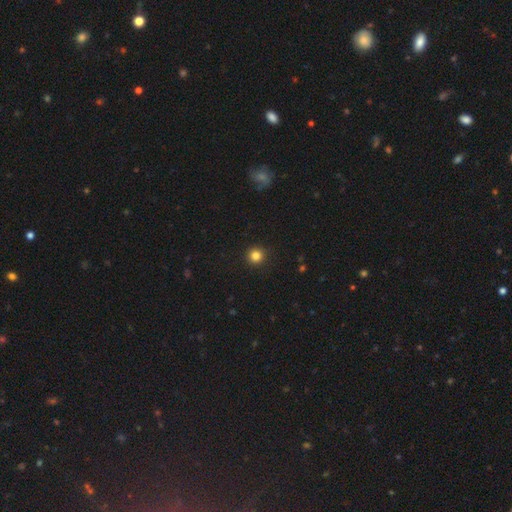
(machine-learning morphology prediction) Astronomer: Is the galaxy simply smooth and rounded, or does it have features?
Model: smooth — 83%.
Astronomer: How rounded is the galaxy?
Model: round — 95%.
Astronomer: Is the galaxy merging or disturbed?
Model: none — 93%.